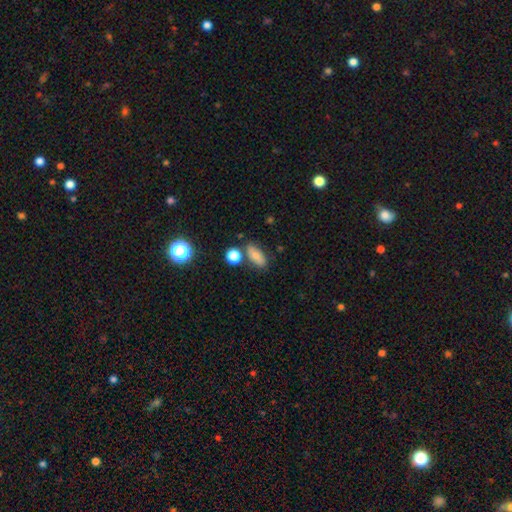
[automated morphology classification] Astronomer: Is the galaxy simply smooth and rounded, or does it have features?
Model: smooth — 70%.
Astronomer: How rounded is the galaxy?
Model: in between — 82%.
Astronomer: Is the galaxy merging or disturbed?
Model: none — 71%.